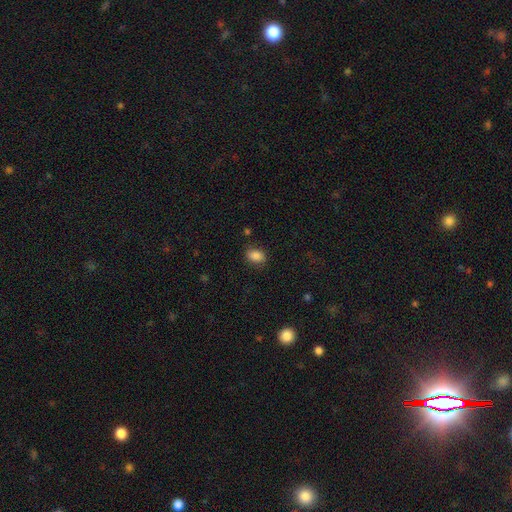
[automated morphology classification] type=smooth (84%); roundness=in between (73%); merging=none (77%).